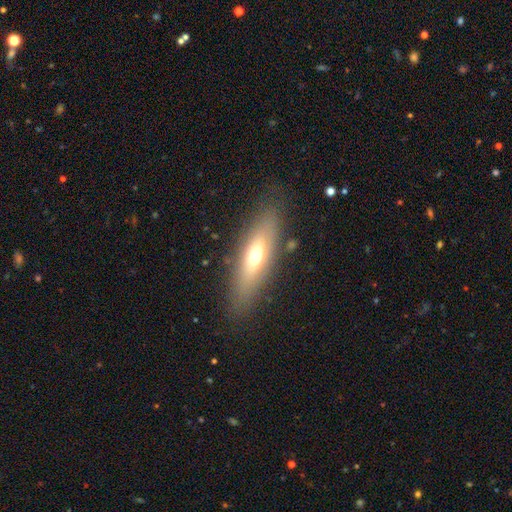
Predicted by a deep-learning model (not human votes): Smooth or featured? Predicted: smooth (p=0.54). How rounded? Predicted: cigar-shaped (p=0.49). Merging? Predicted: none (p=0.82).